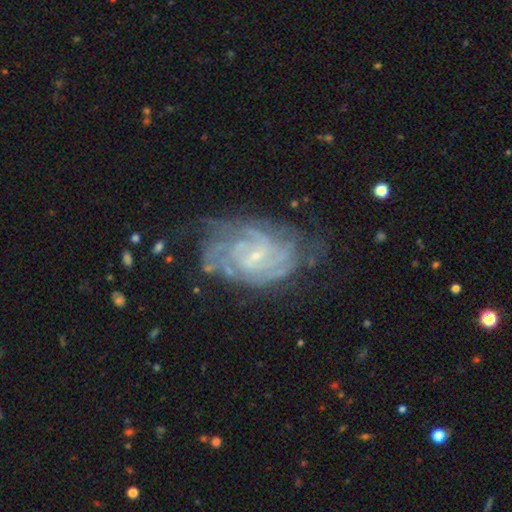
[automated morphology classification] featured or disk 86%, star or artifact 7%, smooth 7%. Down the decision tree: edge-on disk — no (97%); bar — weak (46%); spiral arms — yes (95%); spiral arm count — can't tell (35%); spiral winding — tight (65%); bulge size — small (80%); merging — none (63%).